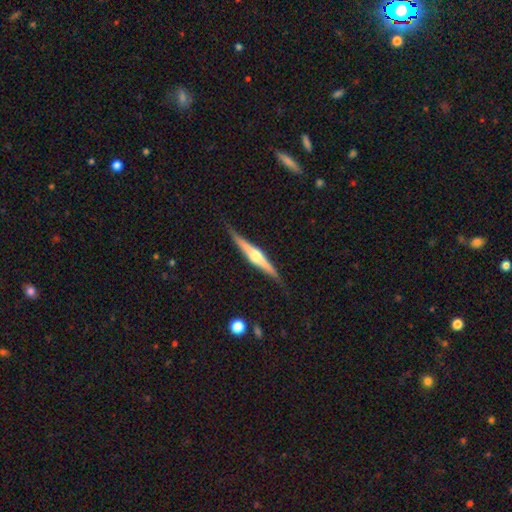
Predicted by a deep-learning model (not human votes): This is likely a featured or disk galaxy (76%). It is clearly viewed edge-on (98%). Edge-on bulge: clearly rounded (90%). Merging: clearly none (86%).